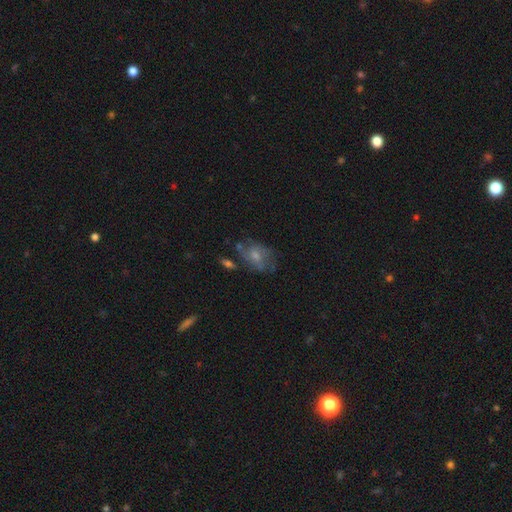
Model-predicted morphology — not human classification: The model was most divided on "smooth or featured": smooth: 48%, featured or disk: 43%, star or artifact: 10%. Remaining: merging — none (45%).